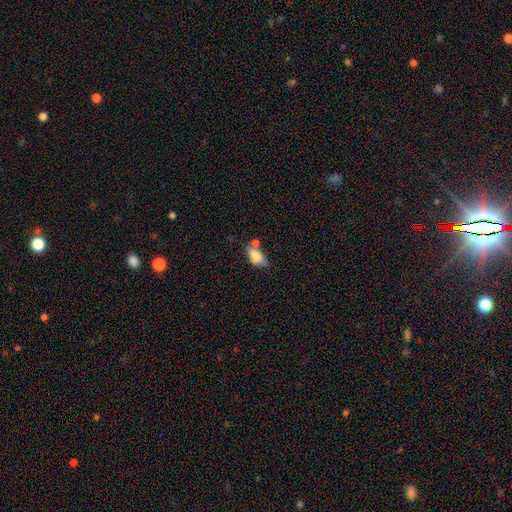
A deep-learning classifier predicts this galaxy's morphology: The model was most divided on "merging": none: 37%, merger: 28%, minor disturbance: 25%, major disturbance: 10%. More confident: how rounded — in between (88%); smooth or featured — smooth (77%).